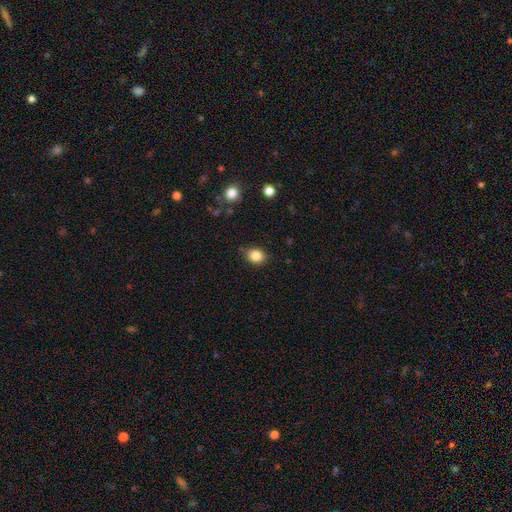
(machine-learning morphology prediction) This is clearly a smooth galaxy (85%). How rounded: possibly round (50%). Merging: clearly none (81%).